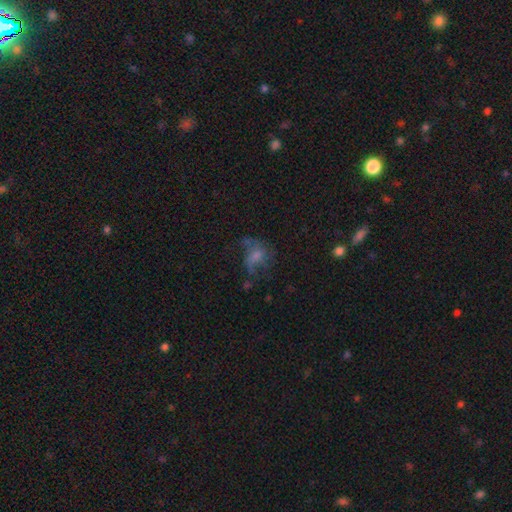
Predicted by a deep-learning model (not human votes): A featured or disk galaxy (44%).

Vote fractions:
- Smooth or featured? featured or disk: 44% / smooth: 41% / star or artifact: 16%
- Merging? major disturbance: 41% / none: 33% / minor disturbance: 20% / merger: 5%